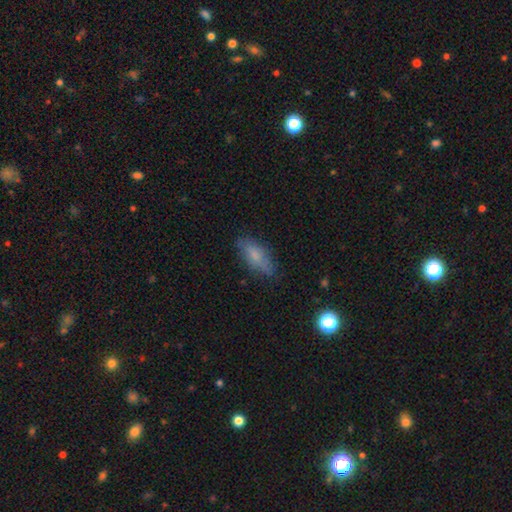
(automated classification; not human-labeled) Smooth or featured? Predicted: smooth (p=0.73). How rounded? Predicted: in between (p=0.69). Merging? Predicted: none (p=0.76).